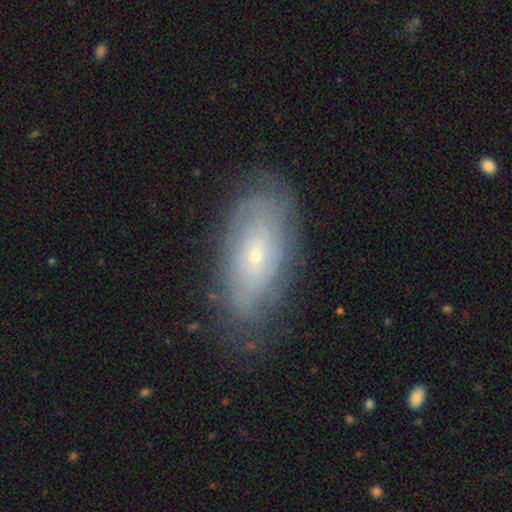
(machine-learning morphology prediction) smooth_or_featured: featured or disk (p=0.62) [alt: smooth p=0.30]
disk_edge_on: no (p=0.89) [alt: yes p=0.11]
bar: no (p=0.78) [alt: weak p=0.19]
has_spiral_arms: yes (p=0.75) [alt: no p=0.25]
bulge_size: small (p=0.77) [alt: moderate p=0.19]
merging: none (p=0.75) [alt: minor disturbance p=0.18]